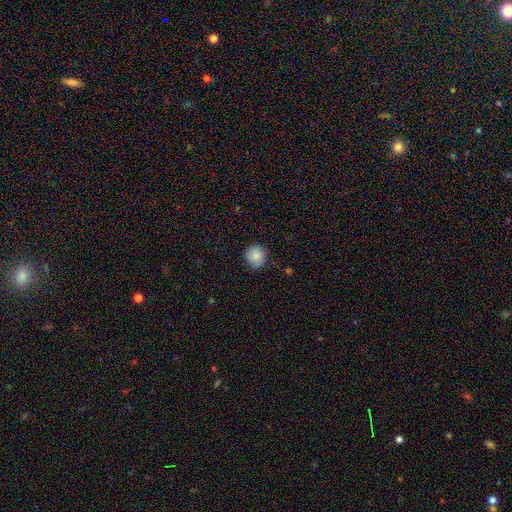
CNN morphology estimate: This is clearly a smooth galaxy (84%). How rounded: clearly round (91%). Merging: likely none (78%).